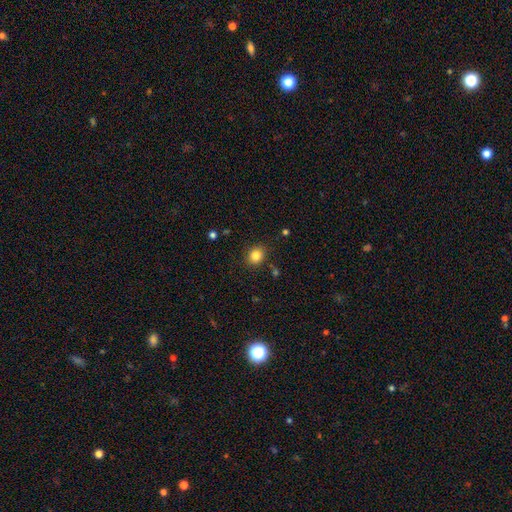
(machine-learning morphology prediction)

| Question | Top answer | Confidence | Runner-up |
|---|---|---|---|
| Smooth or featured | smooth | 84% | star or artifact (11%) |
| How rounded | round | 71% | in between (28%) |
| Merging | none | 86% | minor disturbance (9%) |